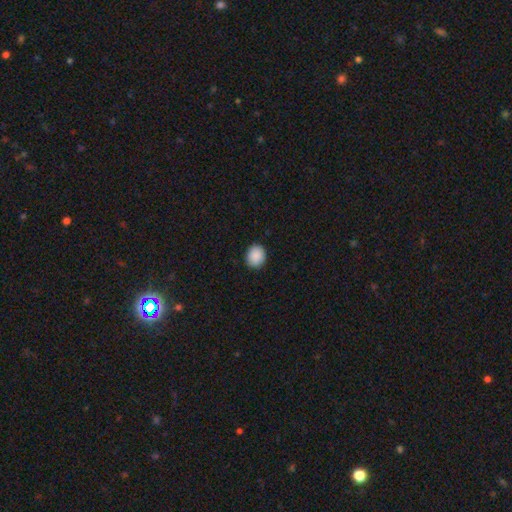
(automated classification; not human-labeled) This appears to be a smooth galaxy with no disk features (89%) that is round (69%). Merging: none (90%).